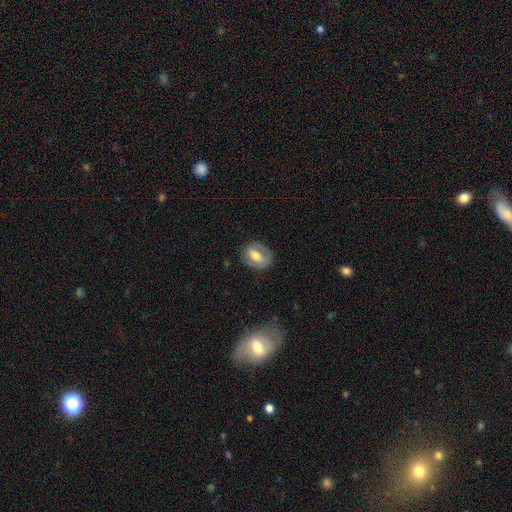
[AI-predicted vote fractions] This appears to be a smooth galaxy with no disk features (50%). Merging: none (76%).